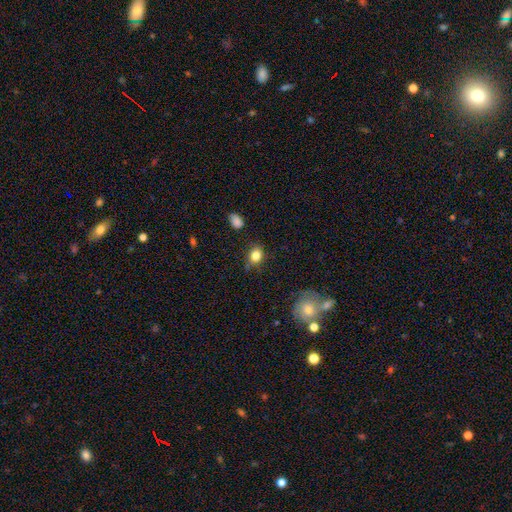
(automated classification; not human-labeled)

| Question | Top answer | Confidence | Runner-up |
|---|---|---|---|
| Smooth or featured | smooth | 83% | star or artifact (10%) |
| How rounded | round | 51% | in between (48%) |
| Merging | none | 72% | minor disturbance (21%) |